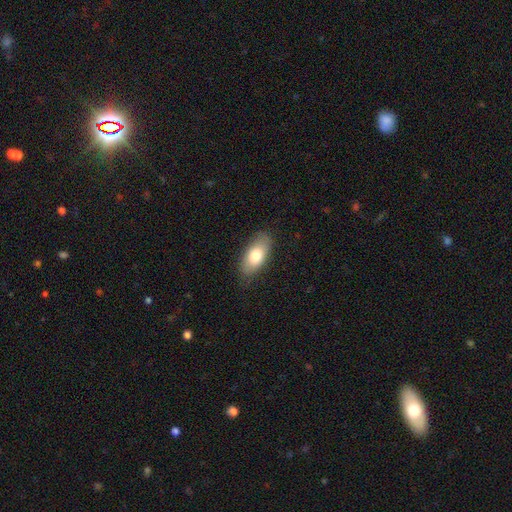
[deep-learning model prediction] Morphology: type=smooth (75%); roundness=in between (88%); merging=none (82%).